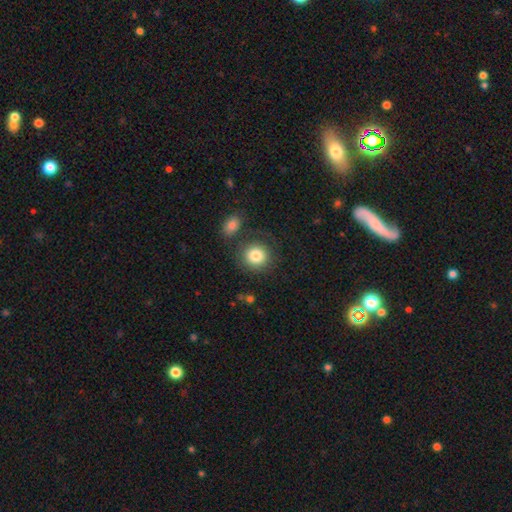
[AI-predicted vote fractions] Smooth or featured: smooth — 83% (featured or disk — 9%)
How rounded: round — 88% (in between — 11%)
Merging: none — 75% (minor disturbance — 11%)